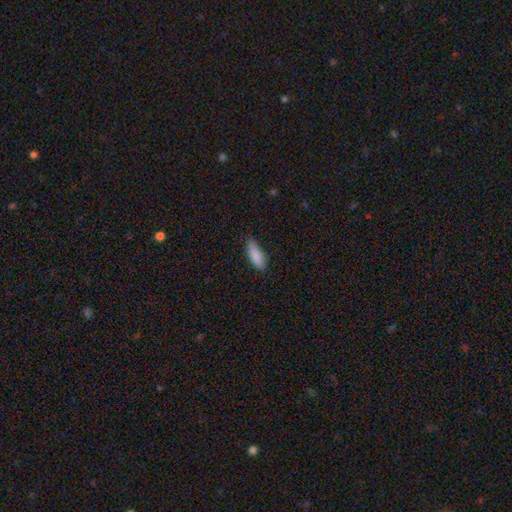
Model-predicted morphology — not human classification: This is clearly a smooth galaxy (88%). How rounded: likely in between (67%). Merging: likely none (78%).